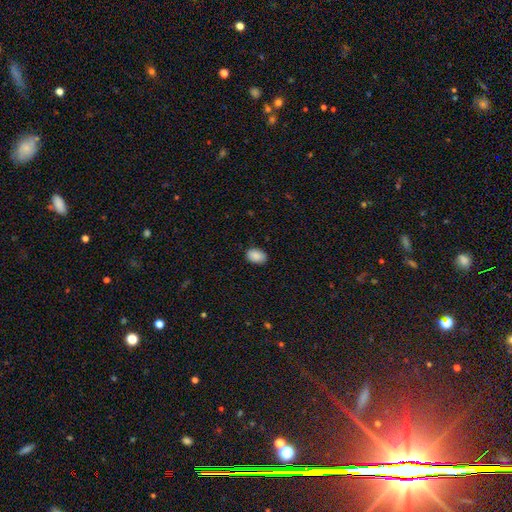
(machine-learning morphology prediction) The model was most divided on "how rounded": in between: 84%, round: 14%, cigar-shaped: 1%. More confident: smooth or featured — smooth (89%); merging — none (86%).